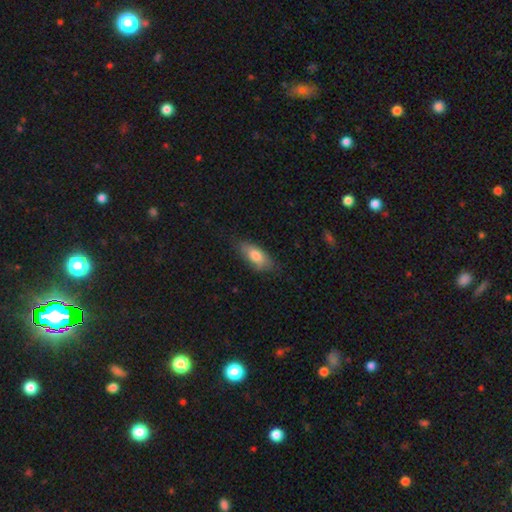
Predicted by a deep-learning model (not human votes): Overall: smooth (78%). How rounded: in between (82%). Merging: none (72%).